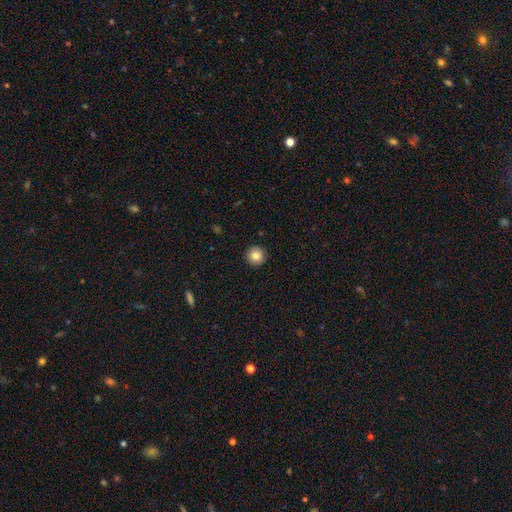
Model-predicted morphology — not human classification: Smooth or featured? smooth (85%)
How rounded? round (95%)
Merging? none (92%)